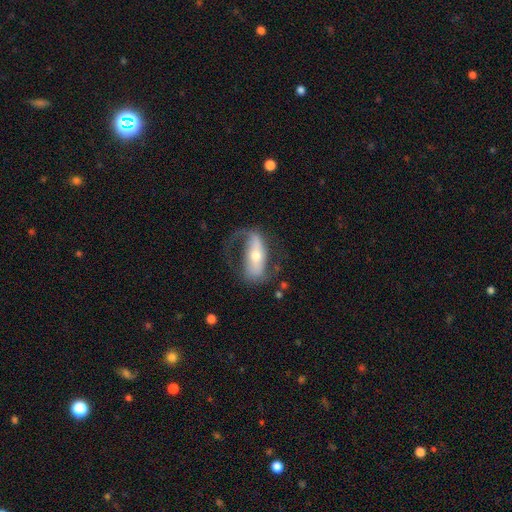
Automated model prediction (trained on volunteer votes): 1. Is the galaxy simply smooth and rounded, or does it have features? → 73% featured or disk, 21% smooth, 6% star or artifact.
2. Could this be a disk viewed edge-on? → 87% no, 13% yes.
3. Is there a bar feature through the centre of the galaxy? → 48% strong, 27% no, 25% weak.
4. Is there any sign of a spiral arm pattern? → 82% yes, 18% no.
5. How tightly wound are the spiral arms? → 52% loose, 33% medium, 14% tight.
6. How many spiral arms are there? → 58% 2, 34% 1, 6% can't tell, 1% 3, 1% more than 4, 1% 4.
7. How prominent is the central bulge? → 54% moderate, 38% small, 5% large, 1% dominant, 1% none.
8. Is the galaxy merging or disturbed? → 47% none, 30% major disturbance, 20% minor disturbance, 2% merger.